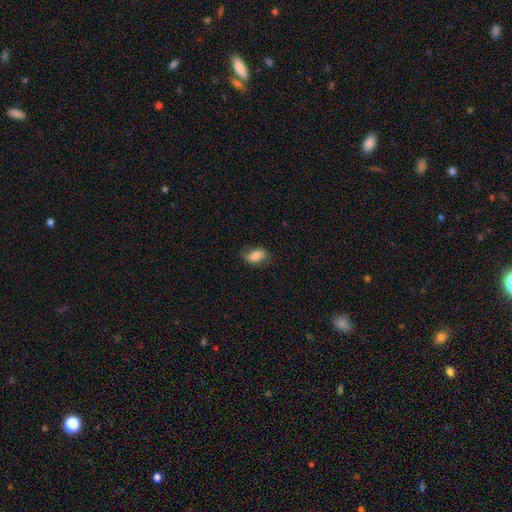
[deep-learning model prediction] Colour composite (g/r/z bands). It shows a smooth galaxy with no disk features (73%) that is in between round and cigar-shaped (87%). Merging: none (69%).